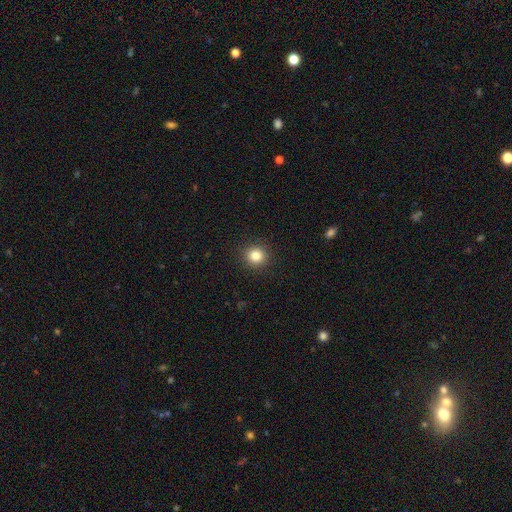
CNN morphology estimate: Smooth or featured? smooth (83%)
How rounded? round (92%)
Merging? none (92%)